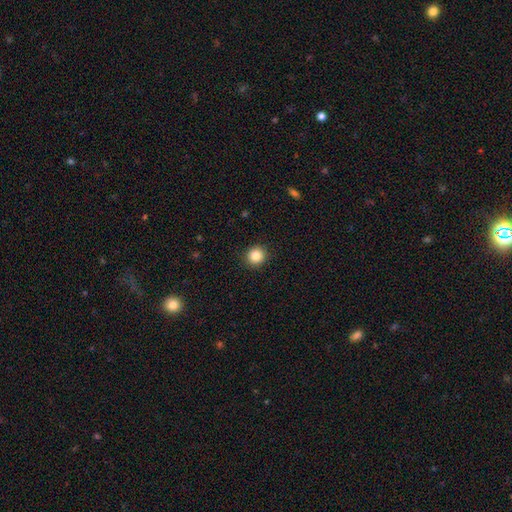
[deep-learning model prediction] The model was most divided on "smooth or featured": smooth: 86%, star or artifact: 10%, featured or disk: 4%. More confident: how rounded — round (92%); merging — none (92%).